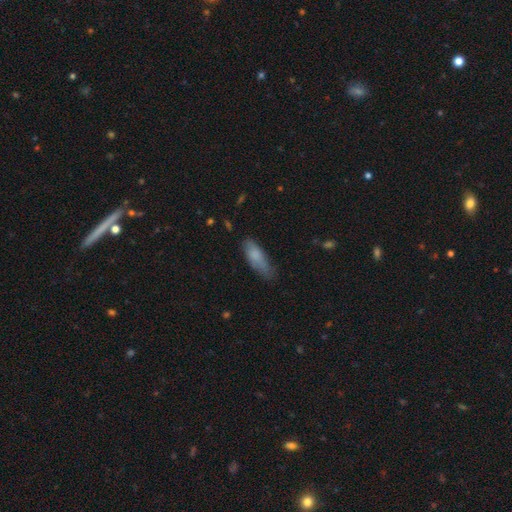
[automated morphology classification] A smooth galaxy with no disk features (80%) that is in between round and cigar-shaped (60%). Merging: none (58%).